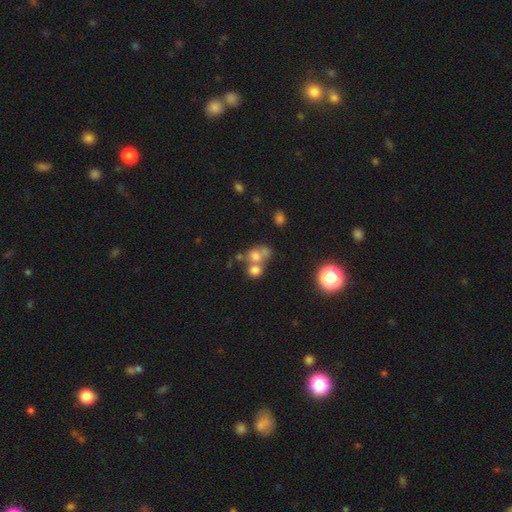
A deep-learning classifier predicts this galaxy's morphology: A smooth galaxy with no disk features (64%) that is round (61%). Merging: merger (57%).